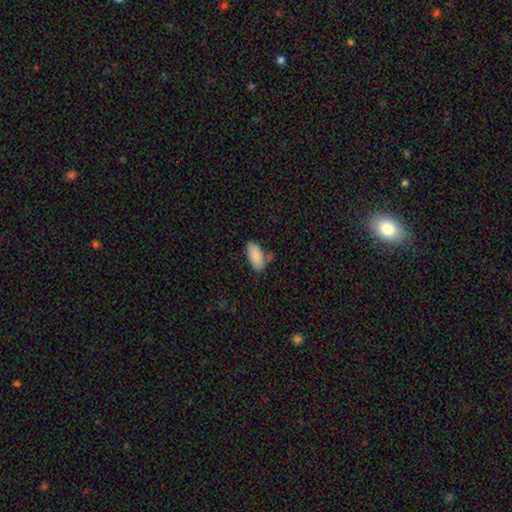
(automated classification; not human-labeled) smooth 87%, star or artifact 7%, featured or disk 6%. Down the decision tree: how rounded — in between (90%); merging — none (63%).